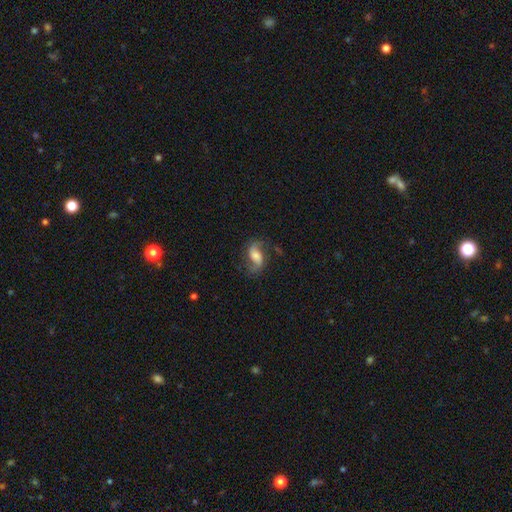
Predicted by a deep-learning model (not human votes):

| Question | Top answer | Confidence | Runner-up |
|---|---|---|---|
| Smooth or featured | featured or disk | 73% | smooth (20%) |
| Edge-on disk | no | 96% | yes (4%) |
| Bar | weak | 42% | no (40%) |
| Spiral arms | yes | 94% | no (6%) |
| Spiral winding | loose | 61% | medium (31%) |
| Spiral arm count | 2 | 90% | 1 (4%) |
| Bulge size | moderate | 44% | small (23%) |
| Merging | none | 70% | minor disturbance (18%) |